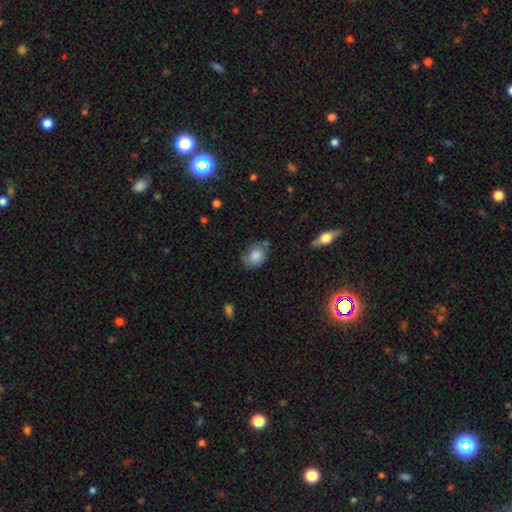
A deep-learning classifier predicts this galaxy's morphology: smooth_or_featured: smooth (p=0.77) [alt: featured or disk p=0.16]
how_rounded: in between (p=0.68) [alt: round p=0.30]
merging: none (p=0.58) [alt: minor disturbance p=0.30]